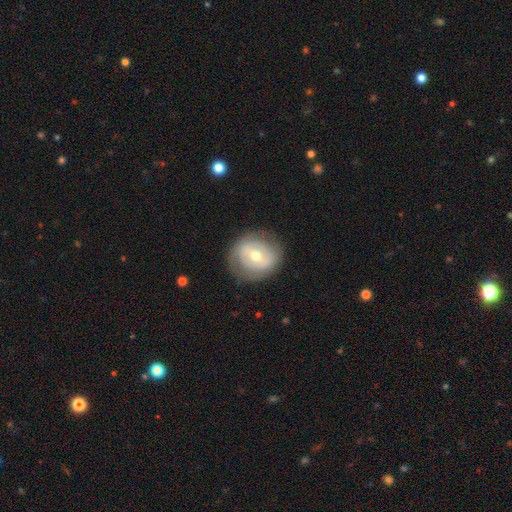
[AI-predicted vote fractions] This is possibly a featured or disk galaxy (52%). It is clearly not viewed edge-on (96%). Merging: likely none (79%).